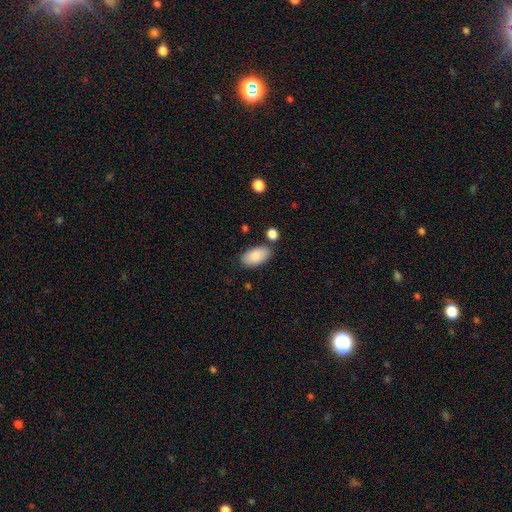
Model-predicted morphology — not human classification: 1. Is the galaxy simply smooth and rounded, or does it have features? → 87% smooth, 7% featured or disk, 6% star or artifact.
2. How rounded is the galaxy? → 95% in between, 3% round, 2% cigar-shaped.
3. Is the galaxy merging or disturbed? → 80% none, 12% minor disturbance, 5% merger, 3% major disturbance.